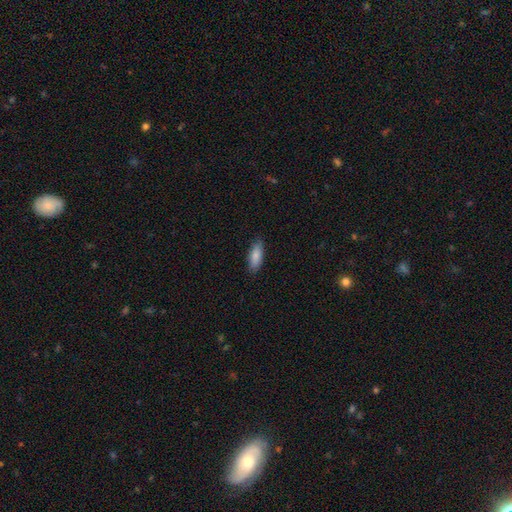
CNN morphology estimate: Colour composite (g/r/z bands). It shows a smooth galaxy with no disk features (86%) that is in between round and cigar-shaped (66%). Merging: none (86%).